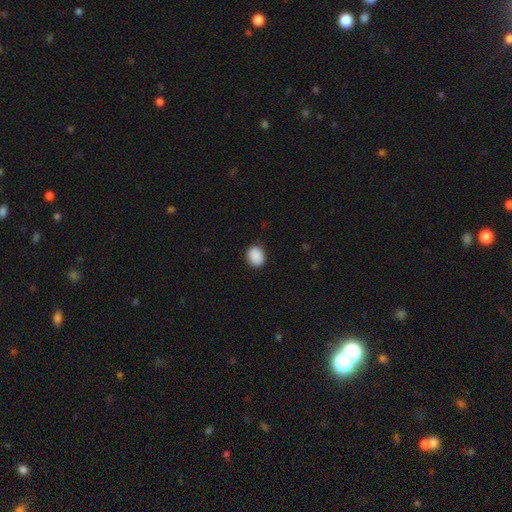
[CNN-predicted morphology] This is clearly a smooth galaxy (90%). How rounded: possibly round (53%). Merging: clearly none (87%).